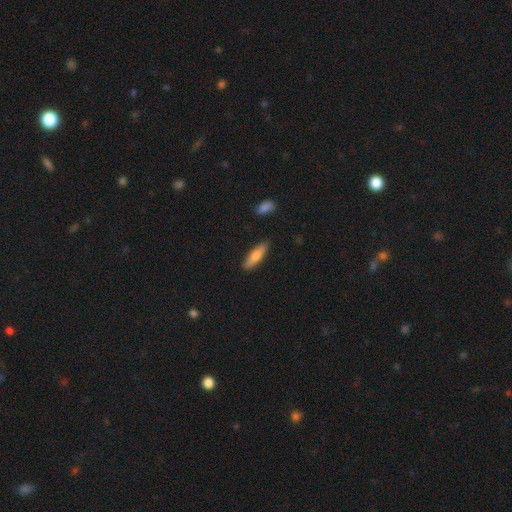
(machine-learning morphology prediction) Smooth or featured: smooth — 73% (featured or disk — 21%)
How rounded: cigar-shaped — 62% (in between — 36%)
Merging: none — 83% (minor disturbance — 12%)